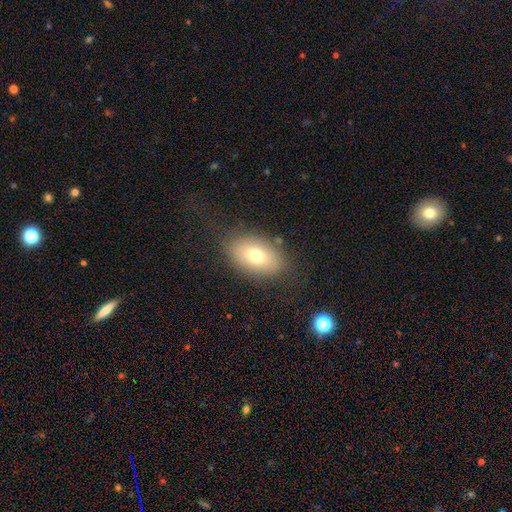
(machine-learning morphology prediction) type=smooth (73%); roundness=in between (88%); merging=none (79%).